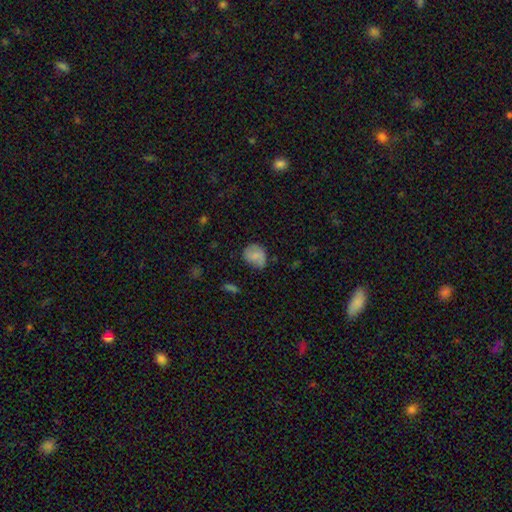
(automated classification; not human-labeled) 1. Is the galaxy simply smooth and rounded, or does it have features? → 69% smooth, 22% featured or disk, 9% star or artifact.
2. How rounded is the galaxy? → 60% round, 39% in between, 1% cigar-shaped.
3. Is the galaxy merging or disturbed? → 59% none, 30% minor disturbance, 8% major disturbance, 2% merger.